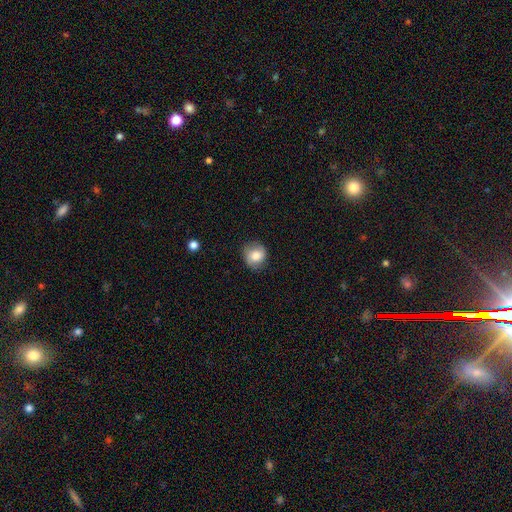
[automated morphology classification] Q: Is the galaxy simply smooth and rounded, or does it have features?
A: smooth — 73%.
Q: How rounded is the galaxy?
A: round — 80%.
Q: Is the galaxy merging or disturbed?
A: none — 78%.